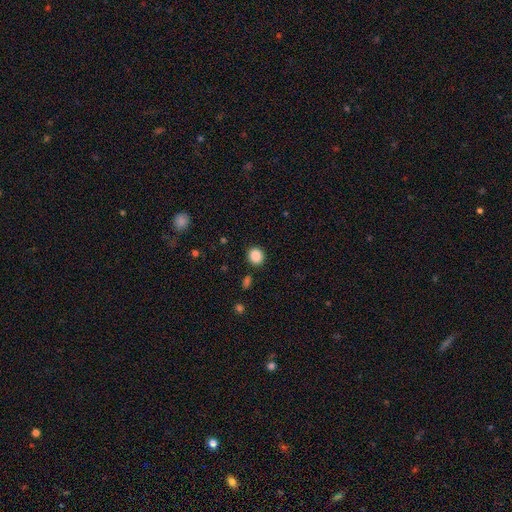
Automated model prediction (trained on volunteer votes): Smooth or featured? Predicted: smooth (p=0.88). How rounded? Predicted: round (p=0.80). Merging? Predicted: none (p=0.88).